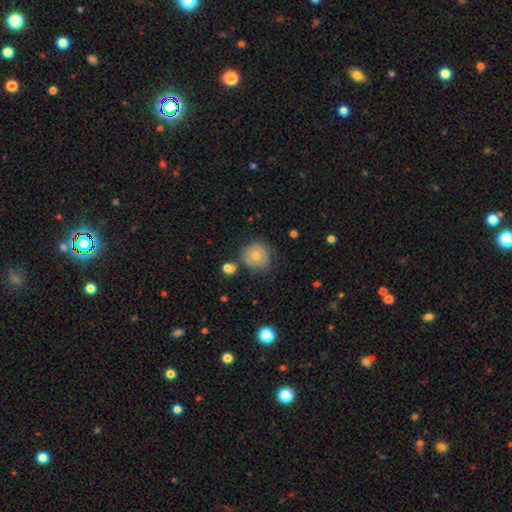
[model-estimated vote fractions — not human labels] smooth_or_featured: smooth (p=0.69) [alt: featured or disk p=0.22]
how_rounded: round (p=0.89) [alt: in between p=0.10]
merging: none (p=0.65) [alt: minor disturbance p=0.21]